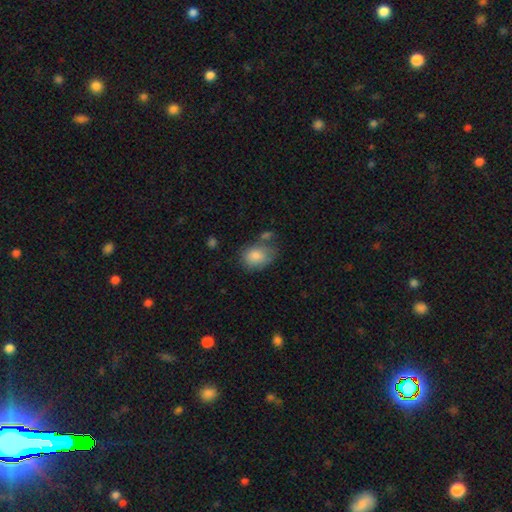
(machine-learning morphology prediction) Smooth or featured? Predicted: smooth (p=0.83). How rounded? Predicted: in between (p=0.64). Merging? Predicted: none (p=0.56).